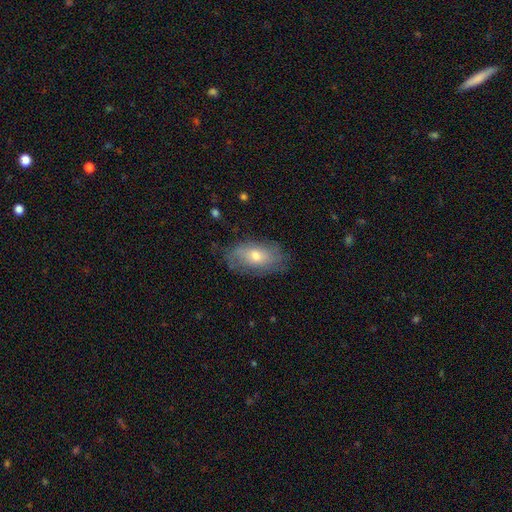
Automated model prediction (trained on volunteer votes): smooth 56%, featured or disk 36%, star or artifact 8%. Down the decision tree: how rounded — in between (89%); merging — none (71%).